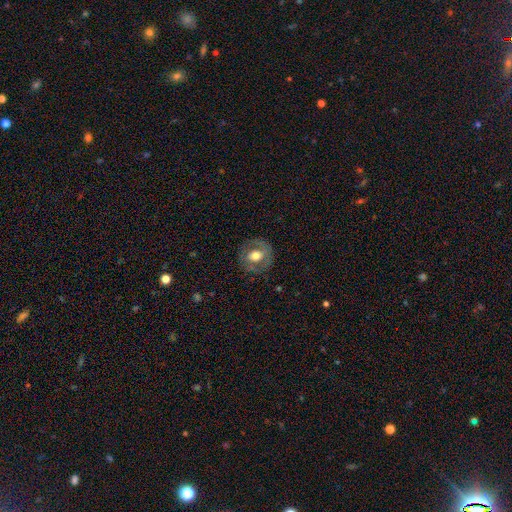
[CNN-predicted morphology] Smooth or featured? smooth (47%)
Merging? none (78%)